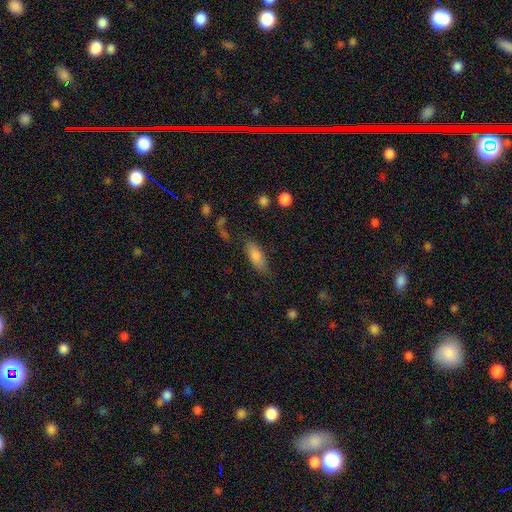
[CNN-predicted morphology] Overall: smooth (76%). How rounded: in between (75%). Merging: none (71%).